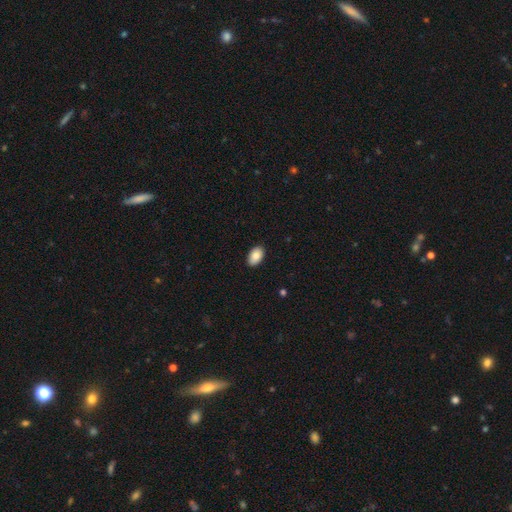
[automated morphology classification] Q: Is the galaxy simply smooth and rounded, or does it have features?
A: smooth — 85%.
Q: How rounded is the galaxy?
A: in between — 93%.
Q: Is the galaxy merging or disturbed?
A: none — 89%.